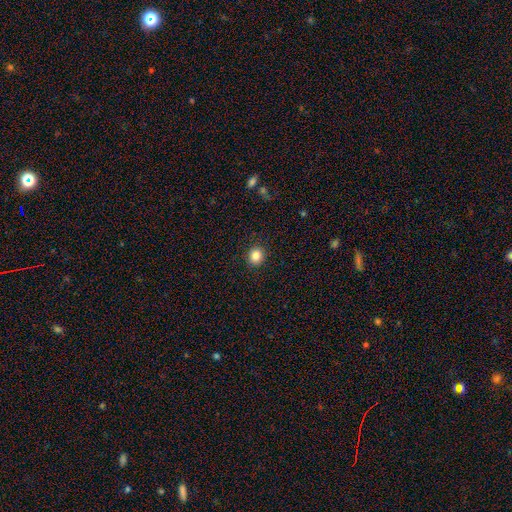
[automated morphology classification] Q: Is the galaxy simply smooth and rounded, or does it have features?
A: smooth — 85%.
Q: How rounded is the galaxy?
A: round — 82%.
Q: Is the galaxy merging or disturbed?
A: none — 91%.